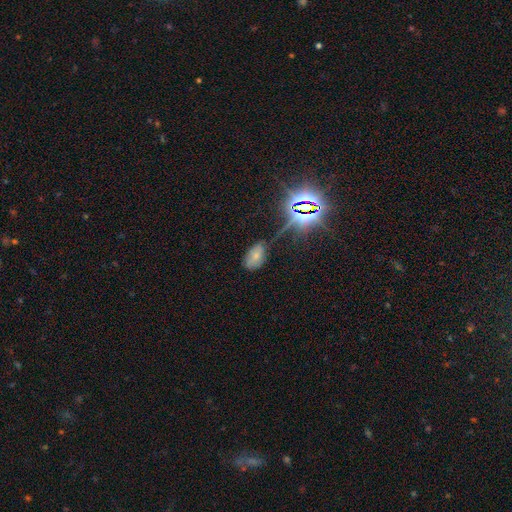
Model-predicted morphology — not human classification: A smooth galaxy with no disk features (61%) that is in between round and cigar-shaped (91%). Merging: none (63%).